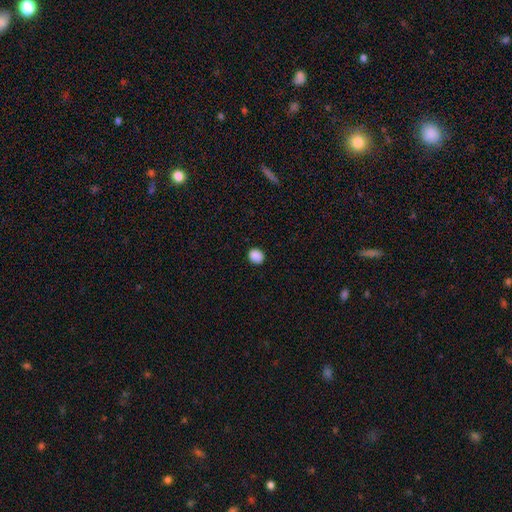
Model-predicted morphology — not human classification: This is clearly a smooth galaxy (88%). How rounded: likely round (73%). Merging: clearly none (90%).